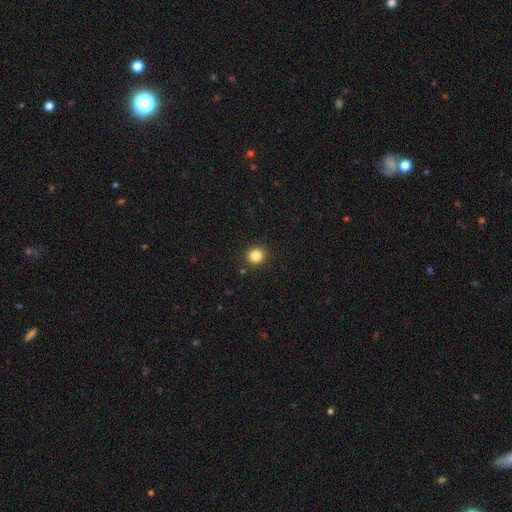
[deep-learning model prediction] A smooth galaxy with no disk features (84%) that is round (88%).

Vote fractions:
- Smooth or featured? smooth: 84% / star or artifact: 12% / featured or disk: 5%
- How rounded? round: 88% / in between: 11% / cigar-shaped: 1%
- Merging? none: 91% / minor disturbance: 6% / major disturbance: 2% / merger: 2%